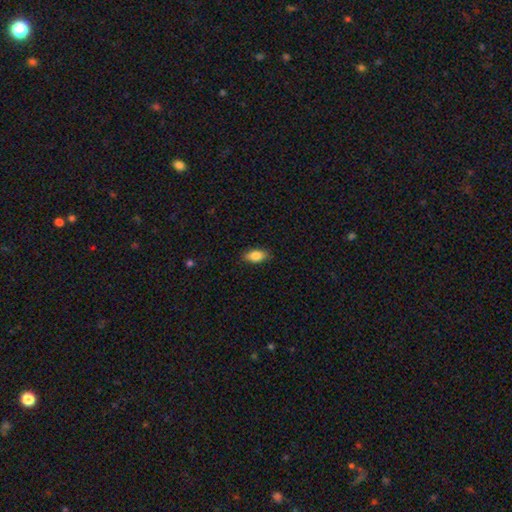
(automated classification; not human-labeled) A smooth galaxy with no disk features (84%) that is in between round and cigar-shaped (88%).

Vote fractions:
- Smooth or featured? smooth: 84% / featured or disk: 9% / star or artifact: 7%
- How rounded? in between: 88% / cigar-shaped: 7% / round: 5%
- Merging? none: 86% / minor disturbance: 11% / major disturbance: 2% / merger: 1%